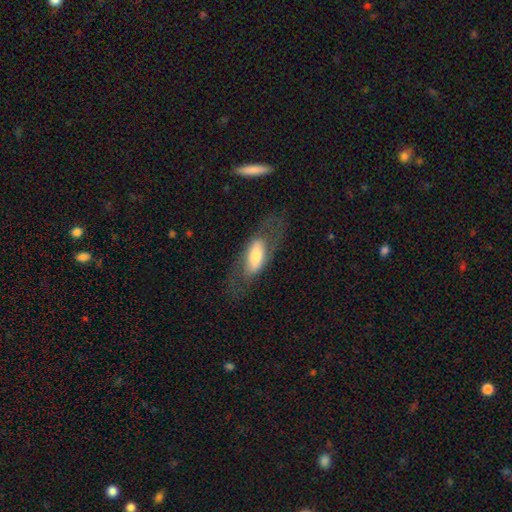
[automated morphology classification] Smooth or featured? featured or disk (48%)
Merging? none (65%)